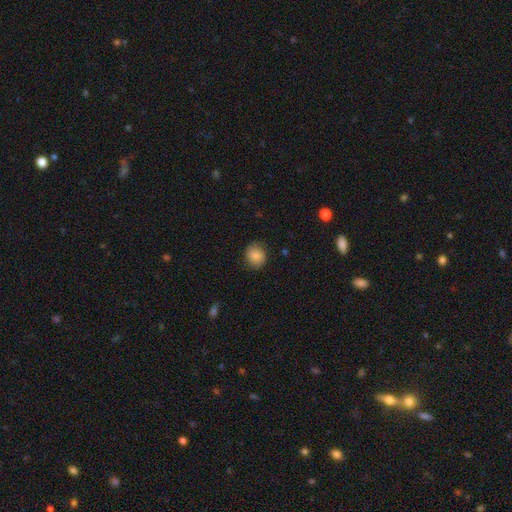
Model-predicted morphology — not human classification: Smooth or featured? Predicted: smooth (p=0.85). How rounded? Predicted: round (p=0.73). Merging? Predicted: none (p=0.82).